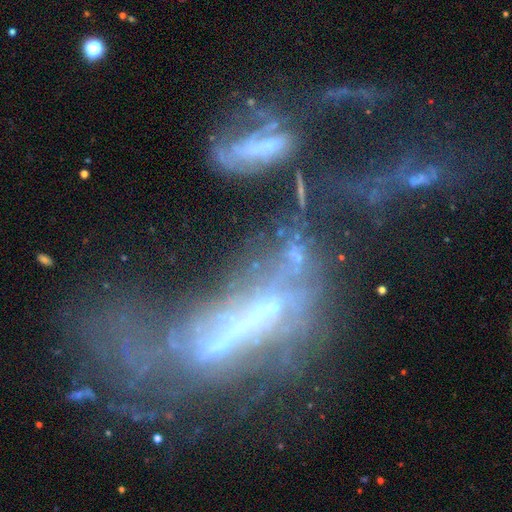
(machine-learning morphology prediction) Overall: featured or disk (64%). Edge-on disk: no (76%). Merging: merger (47%; major disturbance 35%).